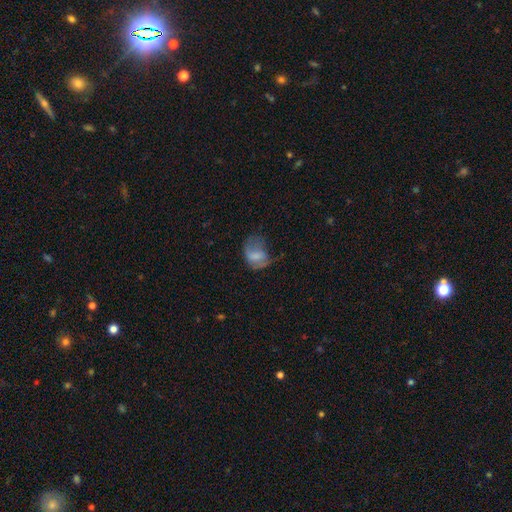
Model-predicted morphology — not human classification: Smooth or featured? Predicted: smooth (p=0.60). How rounded? Predicted: in between (p=0.70). Merging? Predicted: major disturbance (p=0.37).